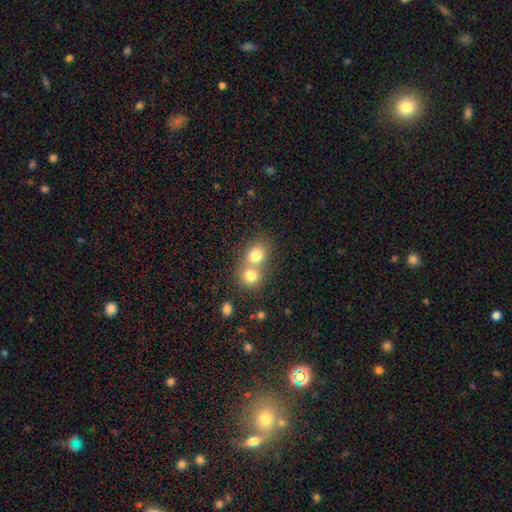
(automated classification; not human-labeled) Smooth or featured? Predicted: smooth (p=0.78). How rounded? Predicted: round (p=0.71). Merging? Predicted: merger (p=0.59).